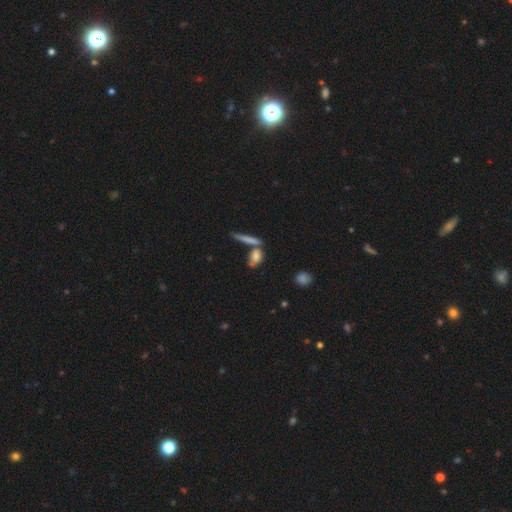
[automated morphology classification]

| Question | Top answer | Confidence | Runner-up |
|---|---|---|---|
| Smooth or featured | smooth | 71% | featured or disk (19%) |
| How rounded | in between | 54% | cigar-shaped (29%) |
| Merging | none | 52% | merger (28%) |